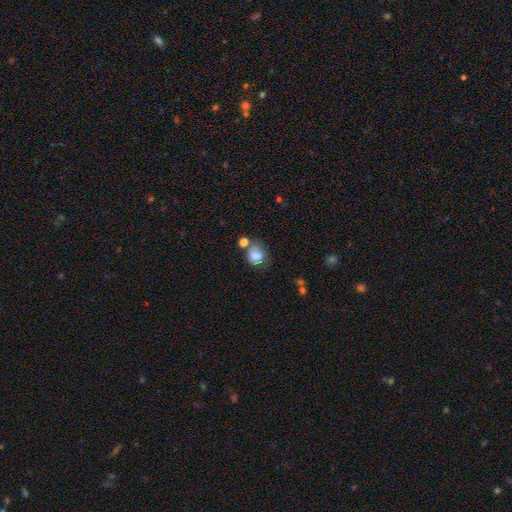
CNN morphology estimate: Q: Smooth or featured?
A: smooth (77%); runner-up: featured or disk (12%)
Q: How rounded?
A: round (56%); runner-up: in between (43%)
Q: Merging?
A: none (45%); runner-up: minor disturbance (24%)